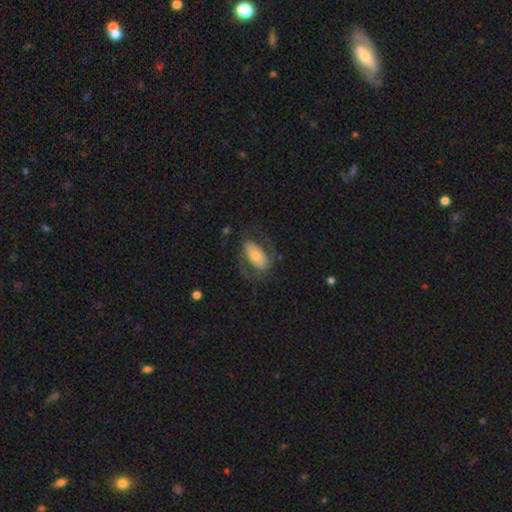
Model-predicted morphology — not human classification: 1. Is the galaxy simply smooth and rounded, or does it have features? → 49% featured or disk, 44% smooth, 7% star or artifact.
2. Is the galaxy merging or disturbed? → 61% none, 20% major disturbance, 17% minor disturbance, 2% merger.